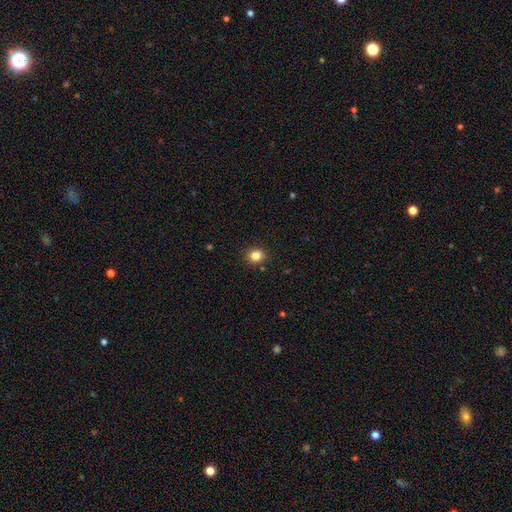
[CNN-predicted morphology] This appears to be a smooth galaxy with no disk features (84%) that is round (69%). Merging: none (88%).